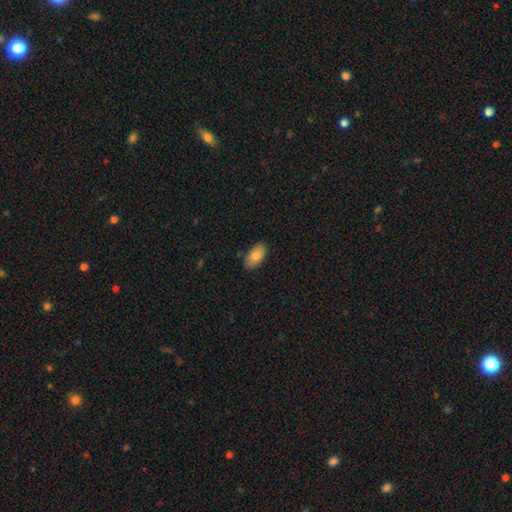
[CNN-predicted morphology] smooth-or-featured: smooth: 83% | featured or disk: 10% | star or artifact: 7%
  how-rounded: in between: 94% | round: 3% | cigar-shaped: 3%
  merging: none: 85% | minor disturbance: 12% | major disturbance: 2% | merger: 1%